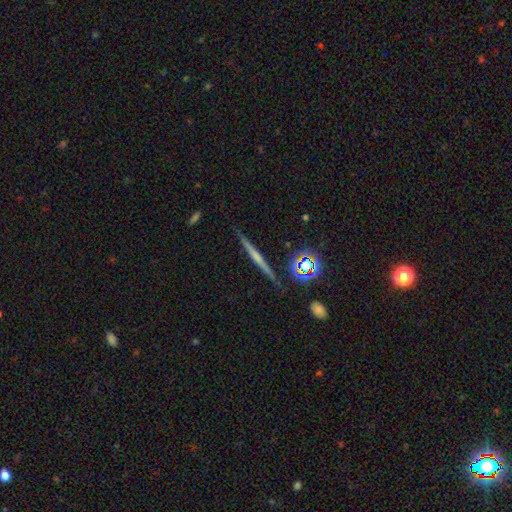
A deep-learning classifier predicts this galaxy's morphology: Smooth or featured? Predicted: featured or disk (p=0.53). Edge-on disk? Predicted: yes (p=0.96). Edge-on bulge? Predicted: none (p=0.64). Merging? Predicted: none (p=0.88).